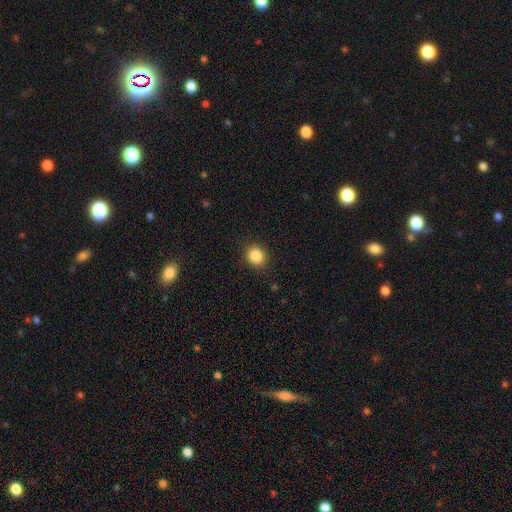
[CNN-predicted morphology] smooth_or_featured: smooth (p=0.86) [alt: star or artifact p=0.10]
how_rounded: round (p=0.72) [alt: in between p=0.27]
merging: none (p=0.89) [alt: minor disturbance p=0.08]